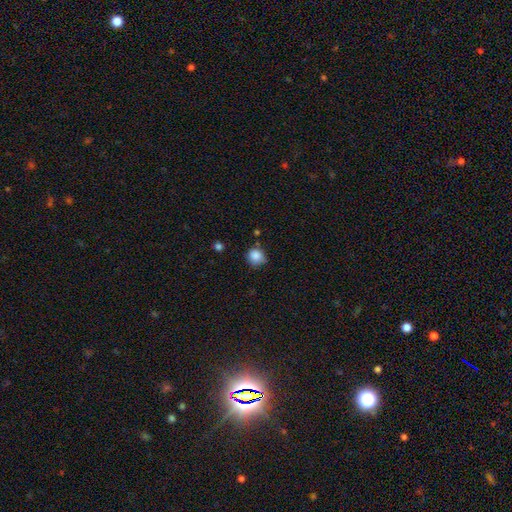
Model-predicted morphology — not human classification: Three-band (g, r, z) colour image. It shows a smooth galaxy with no disk features (86%) that is round (88%). Merging: none (69%).